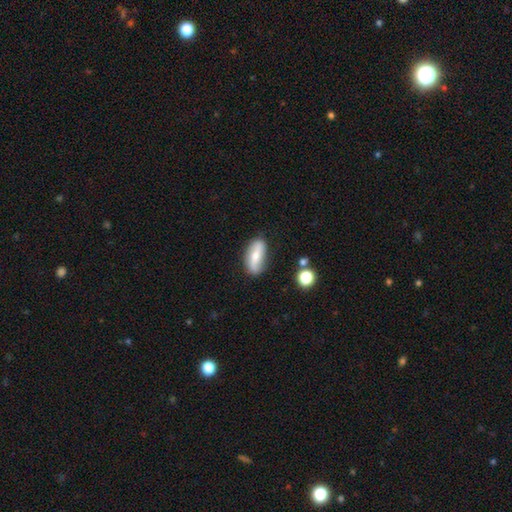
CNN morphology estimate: type=smooth (51%); roundness=in between (75%); merging=none (80%).